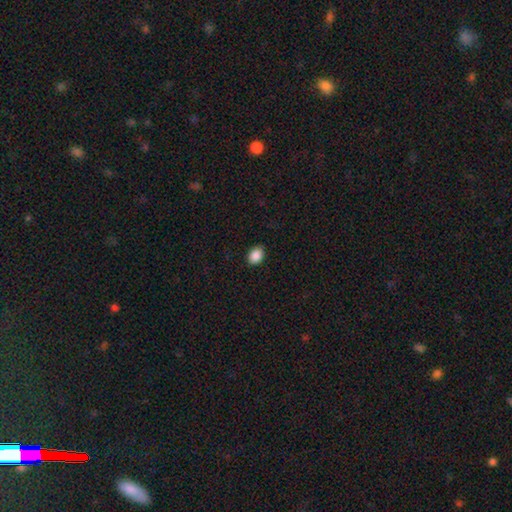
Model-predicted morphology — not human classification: This appears to be a smooth galaxy with no disk features (88%) that is in between round and cigar-shaped (66%). Merging: none (89%).